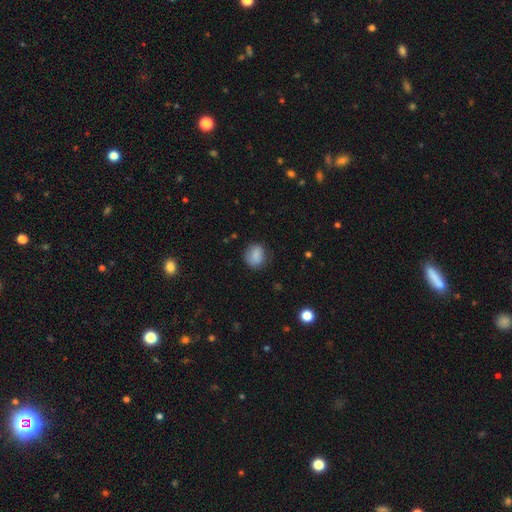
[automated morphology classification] Smooth or featured?
  - smooth: 85% *
  - star or artifact: 8%
  - featured or disk: 7%
How rounded?
  - round: 68% *
  - in between: 30%
  - cigar-shaped: 1%
Merging?
  - none: 76% *
  - minor disturbance: 18%
  - major disturbance: 5%
  - merger: 1%